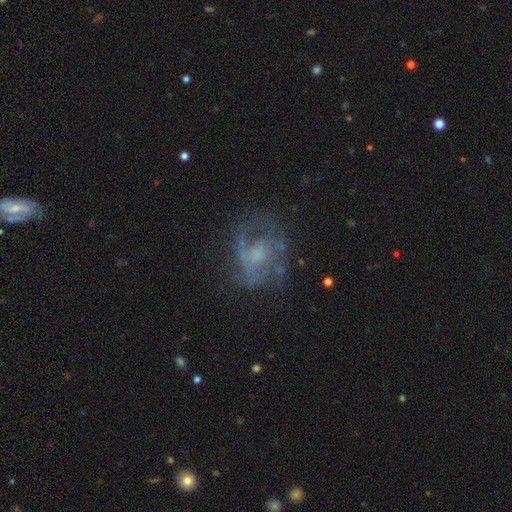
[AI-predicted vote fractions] A featured or disk galaxy (70%) with no bar (68%), 2 (35%) medium (44%) spiral arms (73%) and a small central bulge (37%). Merging: none (54%).